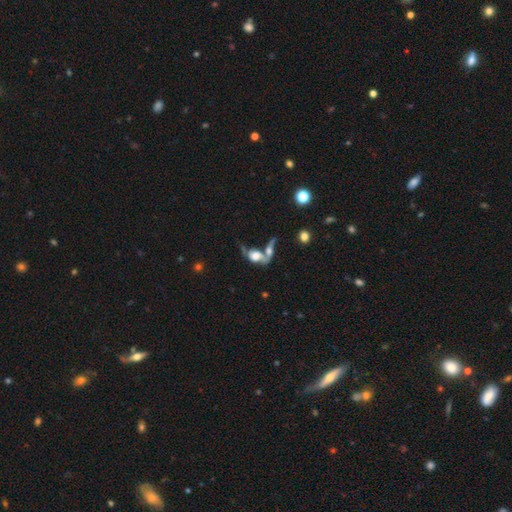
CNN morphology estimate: This is possibly a smooth galaxy (45%). Merging: possibly merger (55%).